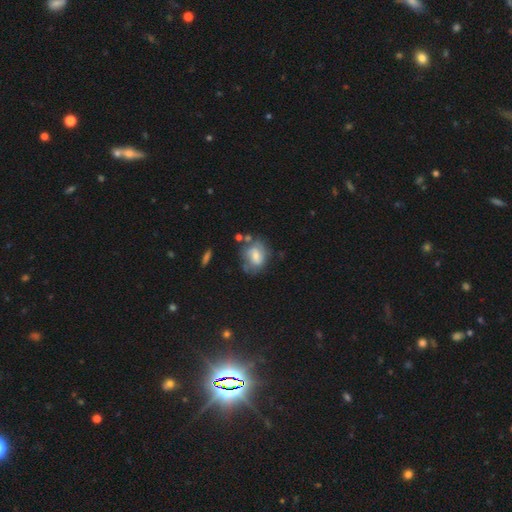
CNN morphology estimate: Q: Smooth or featured?
A: featured or disk (56%); runner-up: smooth (36%)
Q: Edge-on disk?
A: no (96%); runner-up: yes (4%)
Q: Bar?
A: weak (47%); runner-up: no (40%)
Q: Spiral arms?
A: yes (76%); runner-up: no (24%)
Q: Bulge size?
A: moderate (47%); runner-up: small (37%)
Q: Merging?
A: none (53%); runner-up: minor disturbance (24%)